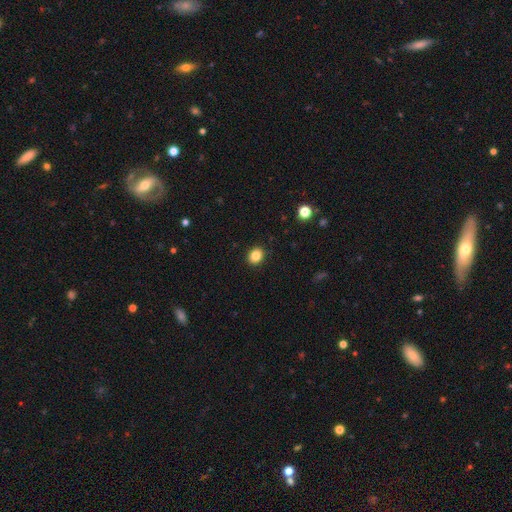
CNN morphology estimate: Smooth or featured: smooth — 85% (star or artifact — 10%)
How rounded: round — 67% (in between — 32%)
Merging: none — 92% (minor disturbance — 5%)